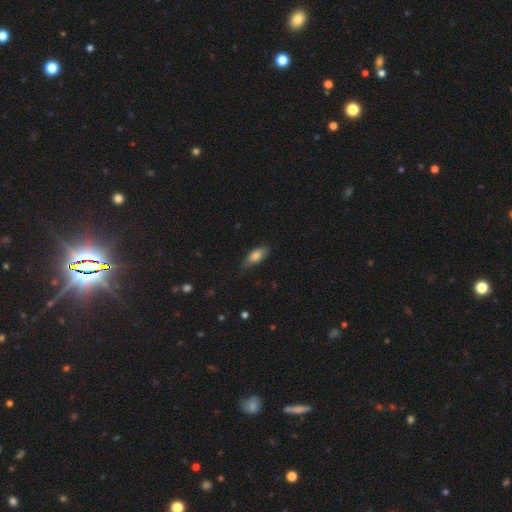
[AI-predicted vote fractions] Smooth or featured: smooth — 81% (featured or disk — 12%)
How rounded: in between — 80% (cigar-shaped — 17%)
Merging: none — 61% (minor disturbance — 31%)